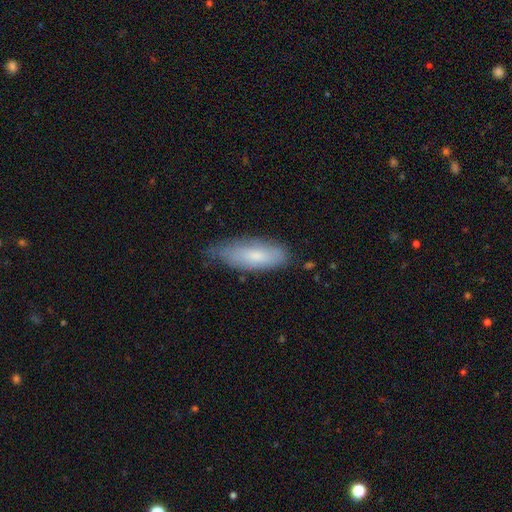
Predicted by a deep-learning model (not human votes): This is likely a smooth galaxy (73%). How rounded: likely in between (65%). Merging: likely none (61%).